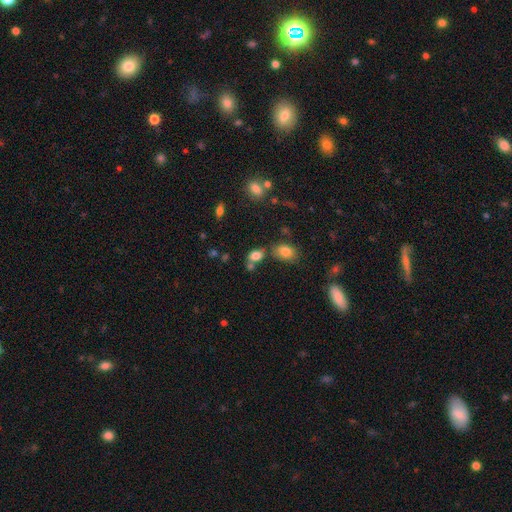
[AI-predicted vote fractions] Smooth or featured? Predicted: smooth (p=0.80). How rounded? Predicted: in between (p=0.80). Merging? Predicted: none (p=0.53).